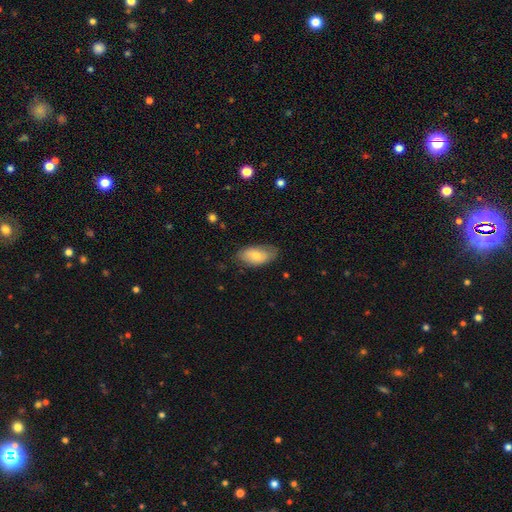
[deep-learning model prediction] This is likely a smooth galaxy (70%). How rounded: clearly in between (93%). Merging: likely none (71%).